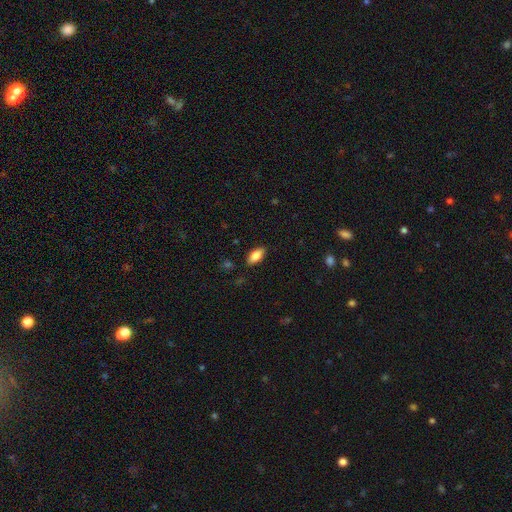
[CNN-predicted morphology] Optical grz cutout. It shows a smooth galaxy with no disk features (81%) that is in between round and cigar-shaped (89%). Merging: none (87%).